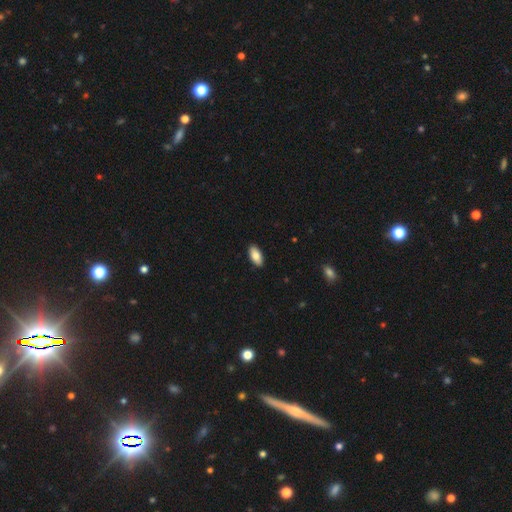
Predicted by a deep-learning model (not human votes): Smooth or featured?
  - smooth: 83% *
  - featured or disk: 11%
  - star or artifact: 6%
How rounded?
  - in between: 92% *
  - cigar-shaped: 6%
  - round: 2%
Merging?
  - none: 90% *
  - minor disturbance: 7%
  - major disturbance: 1%
  - merger: 1%